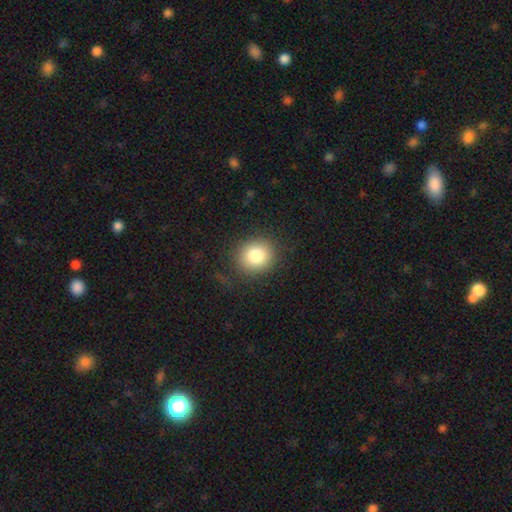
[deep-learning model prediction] Q: Smooth or featured?
A: smooth (82%); runner-up: star or artifact (10%)
Q: How rounded?
A: round (83%); runner-up: in between (16%)
Q: Merging?
A: none (84%); runner-up: minor disturbance (10%)